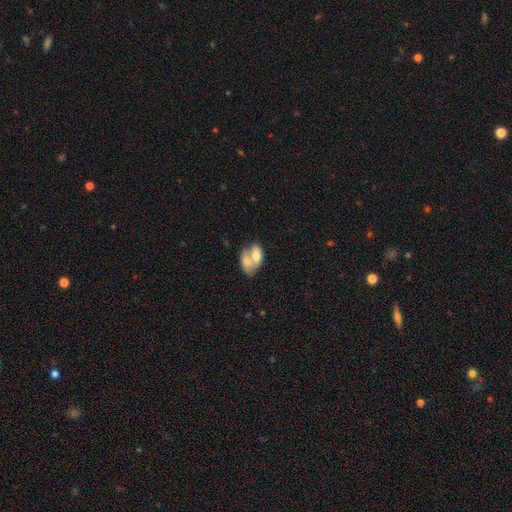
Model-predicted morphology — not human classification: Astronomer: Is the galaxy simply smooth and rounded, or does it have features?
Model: smooth — 67%.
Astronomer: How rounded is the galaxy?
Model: in between — 87%.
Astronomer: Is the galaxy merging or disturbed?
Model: merger — 75%.